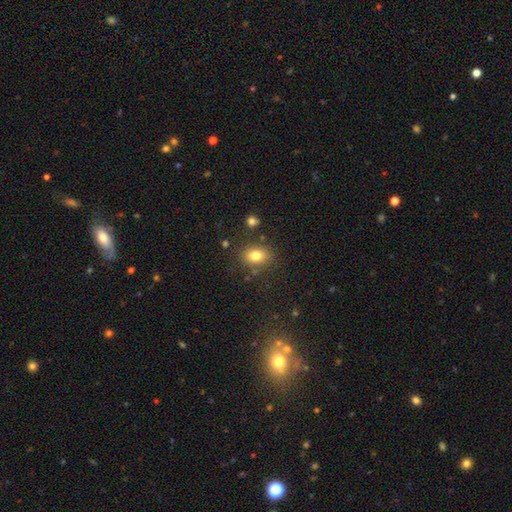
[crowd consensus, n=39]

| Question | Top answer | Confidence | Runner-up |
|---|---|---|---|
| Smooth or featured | smooth | 79% | featured or disk (10%) |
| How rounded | in between | 77% | round (23%) |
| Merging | none | 91% | merger (6%) |